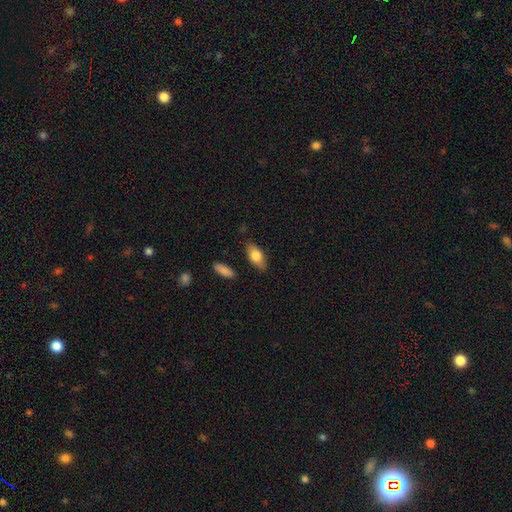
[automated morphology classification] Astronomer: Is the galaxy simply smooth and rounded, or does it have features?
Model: smooth — 76%.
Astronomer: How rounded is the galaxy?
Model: in between — 85%.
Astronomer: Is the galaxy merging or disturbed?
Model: none — 83%.